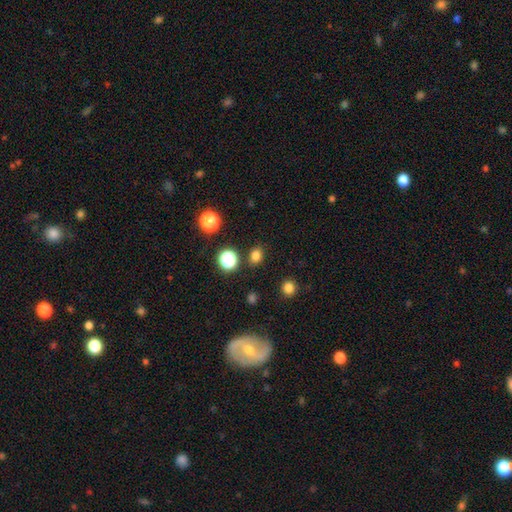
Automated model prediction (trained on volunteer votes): Overall: smooth (78%). How rounded: round (57%; in between 42%). Merging: none (85%).